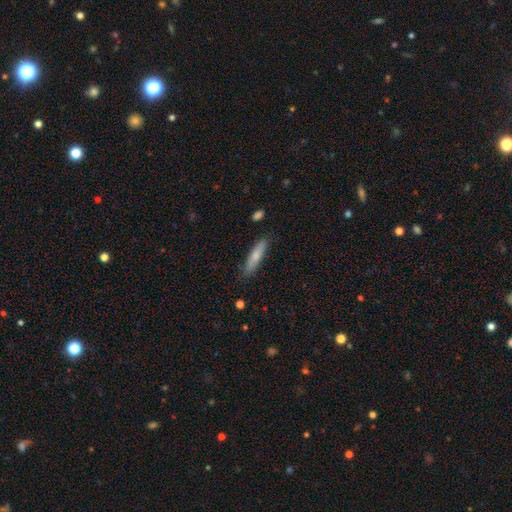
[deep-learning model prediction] Overall: smooth (72%). How rounded: cigar-shaped (83%). Merging: none (84%).